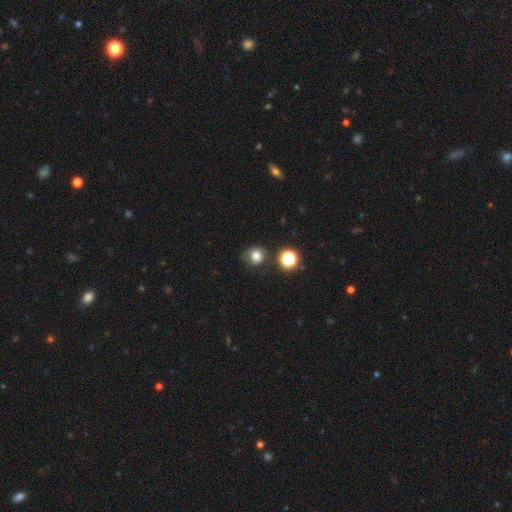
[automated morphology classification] This is likely a smooth galaxy (76%). How rounded: clearly round (81%). Merging: likely none (64%).